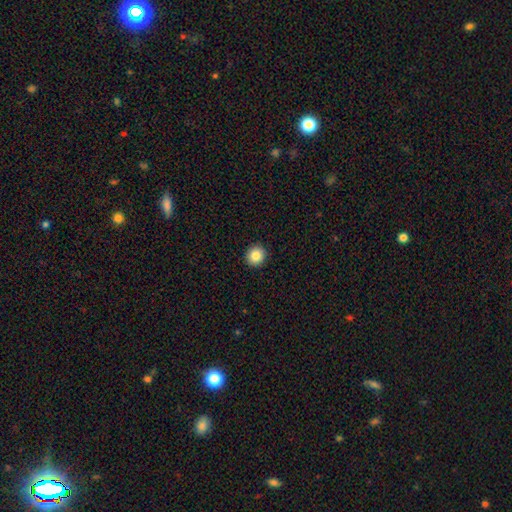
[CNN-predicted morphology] The model was most divided on "smooth or featured": smooth: 85%, star or artifact: 9%, featured or disk: 6%. More confident: merging — none (93%); how rounded — round (90%).